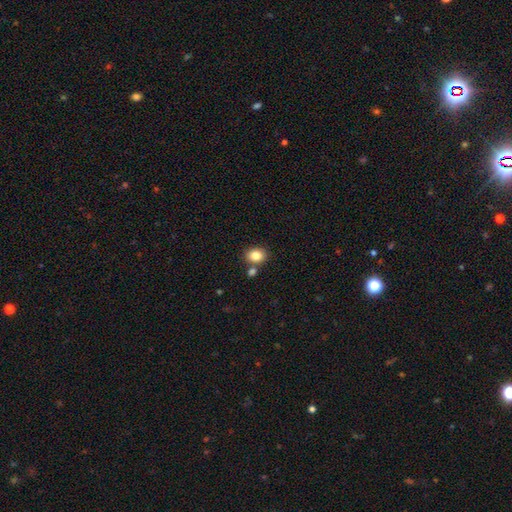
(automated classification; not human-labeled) smooth-or-featured: smooth: 84% | star or artifact: 10% | featured or disk: 6%
  how-rounded: in between: 54% | round: 45% | cigar-shaped: 1%
  merging: none: 75% | merger: 13% | minor disturbance: 9% | major disturbance: 2%